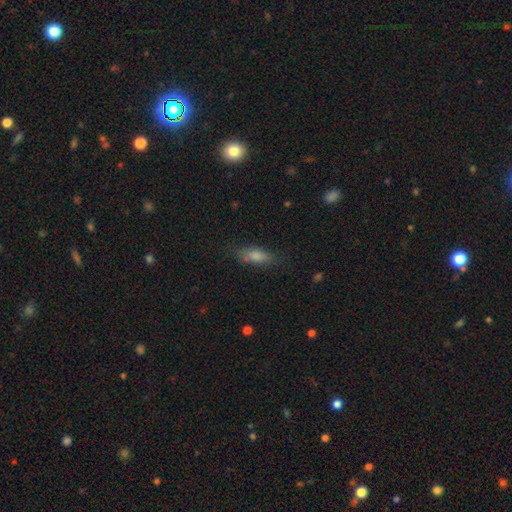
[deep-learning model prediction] This is likely a smooth galaxy (71%). How rounded: likely in between (62%). Merging: likely none (78%).